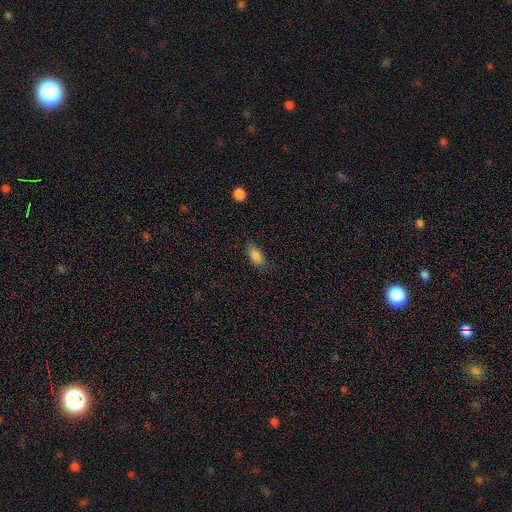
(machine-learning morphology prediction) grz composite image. It shows a smooth galaxy with no disk features (86%) that is in between round and cigar-shaped (87%). Merging: none (74%).